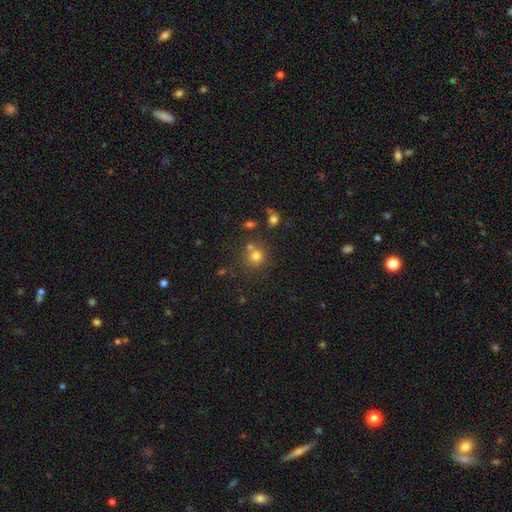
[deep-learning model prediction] Smooth or featured?
  - smooth: 74% *
  - star or artifact: 17%
  - featured or disk: 9%
How rounded?
  - round: 90% *
  - in between: 9%
  - cigar-shaped: 1%
Merging?
  - none: 67% *
  - merger: 19%
  - minor disturbance: 10%
  - major disturbance: 4%